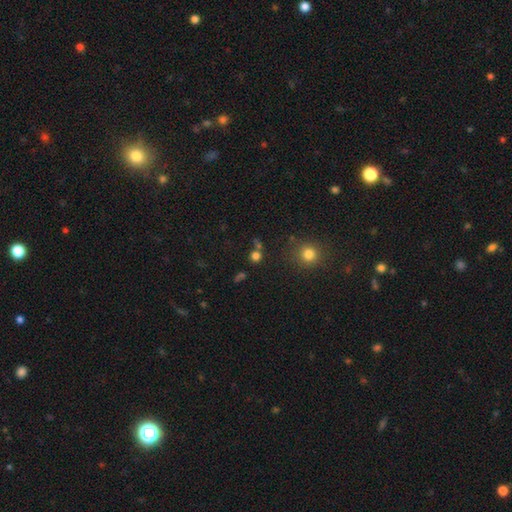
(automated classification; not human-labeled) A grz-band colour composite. It shows a smooth galaxy with no disk features (73%) that is round (87%). Merging: none (67%).